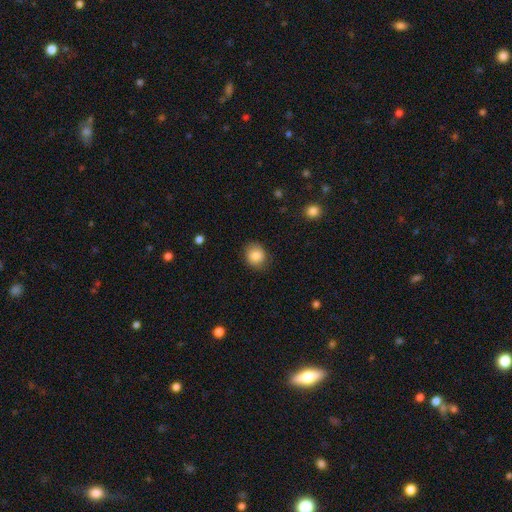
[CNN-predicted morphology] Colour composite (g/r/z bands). It shows a smooth galaxy with no disk features (84%) that is round (70%). Merging: none (79%).